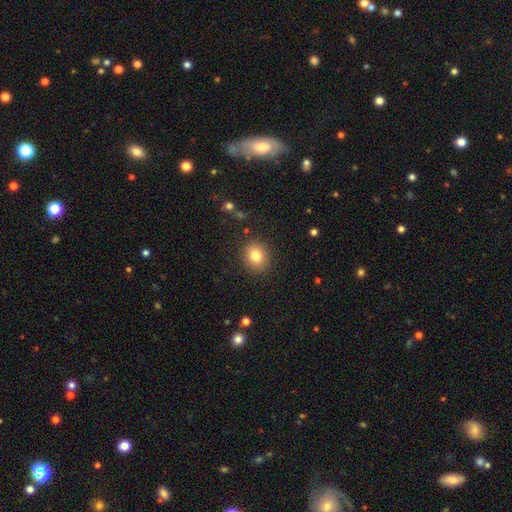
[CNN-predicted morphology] This is clearly a smooth galaxy (81%). How rounded: likely round (68%). Merging: clearly none (88%).